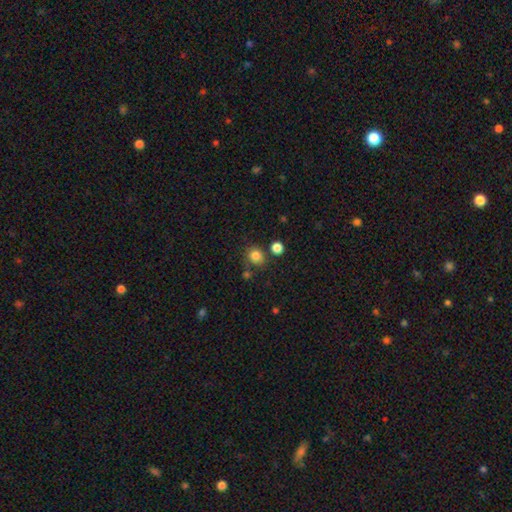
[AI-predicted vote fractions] This is clearly a smooth galaxy (82%). How rounded: clearly round (80%). Merging: likely none (75%).